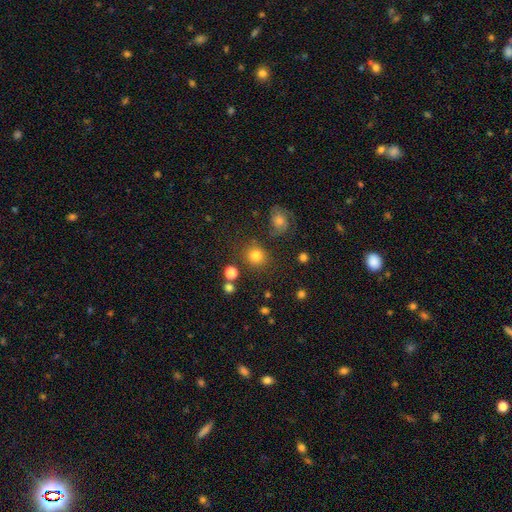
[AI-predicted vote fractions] Smooth or featured?
  - smooth: 80% *
  - star or artifact: 13%
  - featured or disk: 6%
How rounded?
  - round: 87% *
  - in between: 12%
  - cigar-shaped: 1%
Merging?
  - none: 80% *
  - minor disturbance: 10%
  - merger: 6%
  - major disturbance: 4%